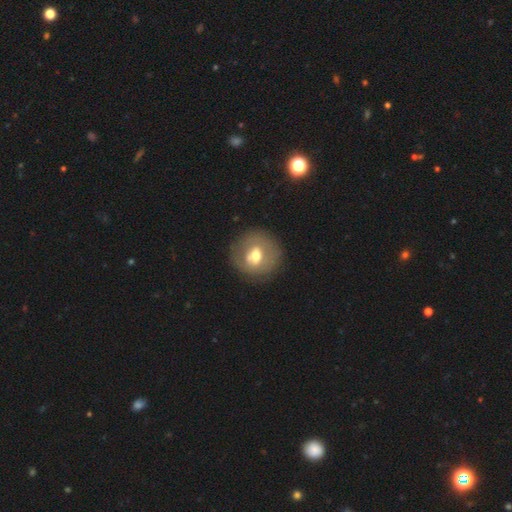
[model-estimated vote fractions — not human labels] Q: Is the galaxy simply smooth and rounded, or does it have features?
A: smooth — 46%, tied with featured or disk.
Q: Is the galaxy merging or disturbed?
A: none — 76%.